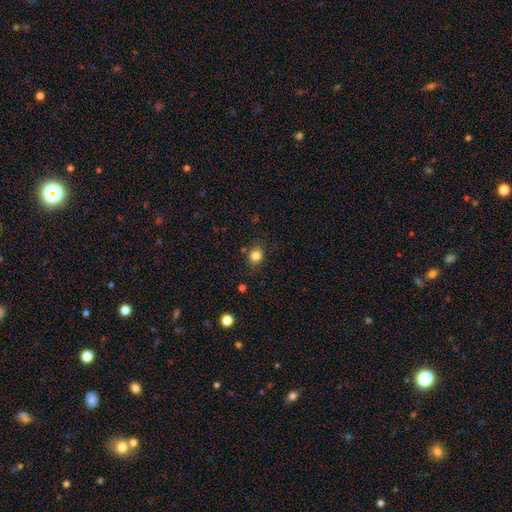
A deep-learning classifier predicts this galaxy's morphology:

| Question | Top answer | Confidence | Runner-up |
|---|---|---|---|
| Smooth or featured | smooth | 83% | star or artifact (12%) |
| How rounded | round | 75% | in between (25%) |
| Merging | none | 82% | minor disturbance (12%) |